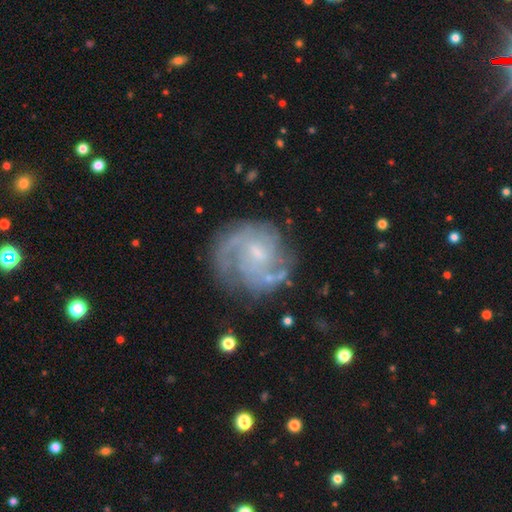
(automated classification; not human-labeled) smooth-or-featured: featured or disk: 80% | smooth: 12% | star or artifact: 7%
  disk-edge-on: no: 98% | yes: 2%
    bar: weak: 47% | no: 45% | strong: 8%
    has-spiral-arms: yes: 90% | no: 10%
      spiral-winding: medium: 42% | tight: 40% | loose: 18%
      spiral-arm-count: 2: 39% | can't tell: 29% | 3: 16% | 1: 8% | 4: 5% | more than 4: 4%
    bulge-size: small: 53% | moderate: 27% | none: 17% | large: 2% | dominant: 1%
  merging: none: 68% | minor disturbance: 17% | major disturbance: 12% | merger: 3%